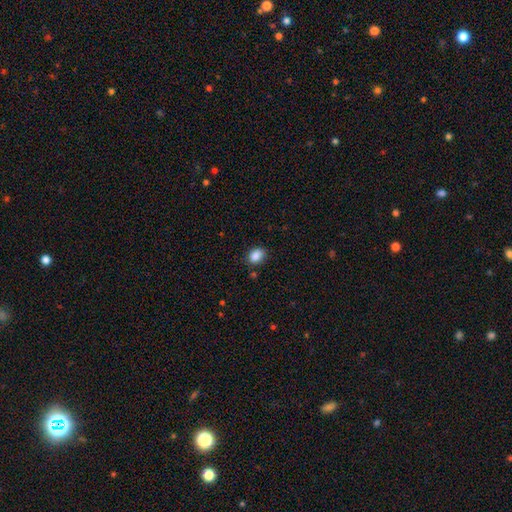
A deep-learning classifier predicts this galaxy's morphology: Smooth or featured?
  - smooth: 87% *
  - star or artifact: 9%
  - featured or disk: 4%
How rounded?
  - in between: 67% *
  - round: 32%
  - cigar-shaped: 1%
Merging?
  - none: 81% *
  - minor disturbance: 13%
  - major disturbance: 3%
  - merger: 2%